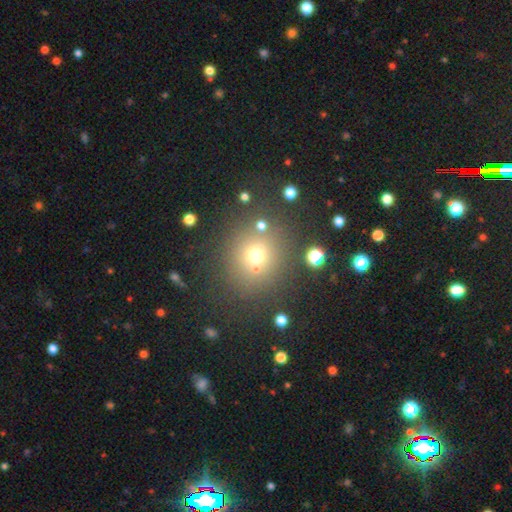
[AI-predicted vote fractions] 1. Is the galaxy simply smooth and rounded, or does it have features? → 65% smooth, 23% star or artifact, 12% featured or disk.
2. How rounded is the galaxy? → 86% round, 13% in between, 1% cigar-shaped.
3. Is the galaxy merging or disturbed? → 77% none, 10% minor disturbance, 8% merger, 5% major disturbance.